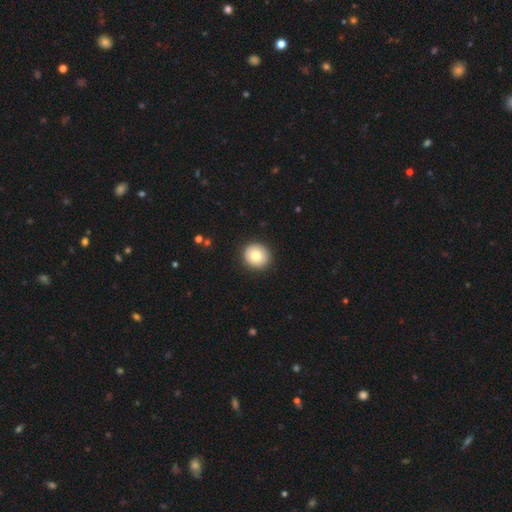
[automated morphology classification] Smooth or featured? smooth (81%)
How rounded? round (90%)
Merging? none (92%)